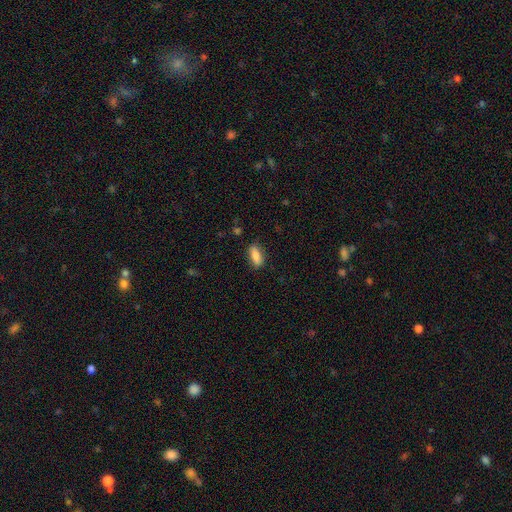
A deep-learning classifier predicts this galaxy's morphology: smooth-or-featured: smooth: 82% | featured or disk: 11% | star or artifact: 7%
  how-rounded: in between: 71% | cigar-shaped: 26% | round: 3%
  merging: none: 84% | minor disturbance: 12% | major disturbance: 3% | merger: 1%